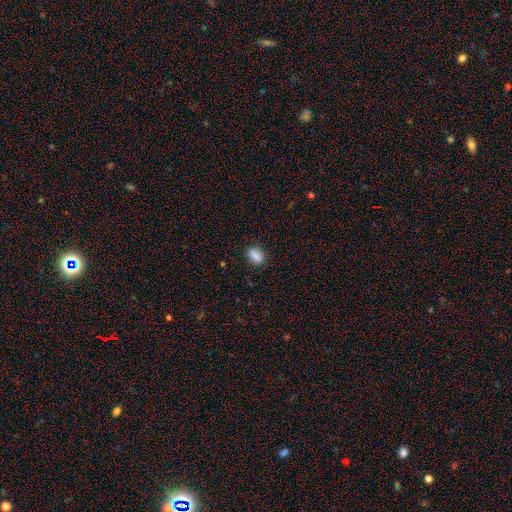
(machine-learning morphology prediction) Smooth or featured: smooth — 87% (star or artifact — 9%)
How rounded: in between — 73% (round — 25%)
Merging: none — 83% (minor disturbance — 13%)